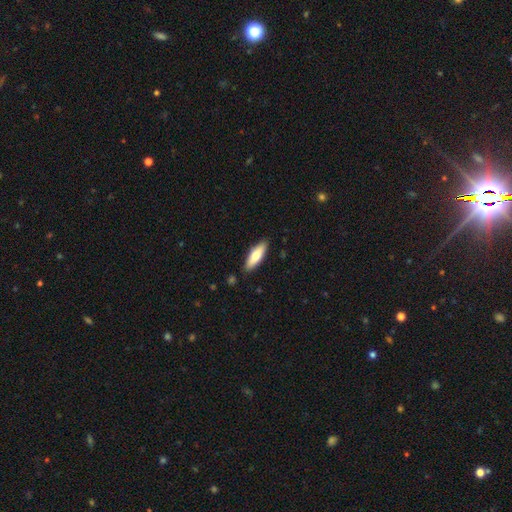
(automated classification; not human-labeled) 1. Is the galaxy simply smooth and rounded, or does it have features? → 71% smooth, 24% featured or disk, 5% star or artifact.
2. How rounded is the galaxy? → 57% in between, 41% cigar-shaped, 2% round.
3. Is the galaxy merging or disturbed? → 88% none, 9% minor disturbance, 2% major disturbance, 1% merger.